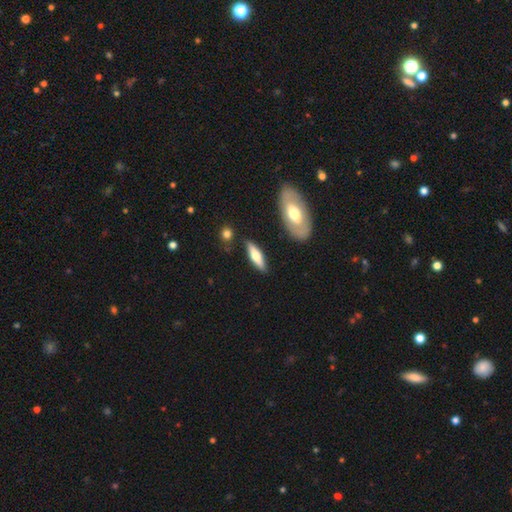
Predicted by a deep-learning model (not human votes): Smooth or featured?
  - smooth: 52% *
  - featured or disk: 42%
  - star or artifact: 5%
How rounded?
  - cigar-shaped: 57% *
  - in between: 41%
  - round: 3%
Merging?
  - none: 85% *
  - minor disturbance: 10%
  - merger: 3%
  - major disturbance: 2%